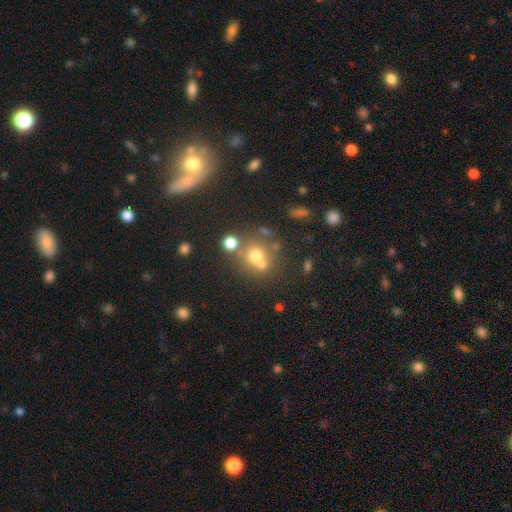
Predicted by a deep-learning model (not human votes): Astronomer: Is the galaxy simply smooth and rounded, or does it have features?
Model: smooth — 63%.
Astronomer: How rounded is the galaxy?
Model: round — 86%.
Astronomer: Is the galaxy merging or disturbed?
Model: none — 51% (runner-up: merger, 34%).